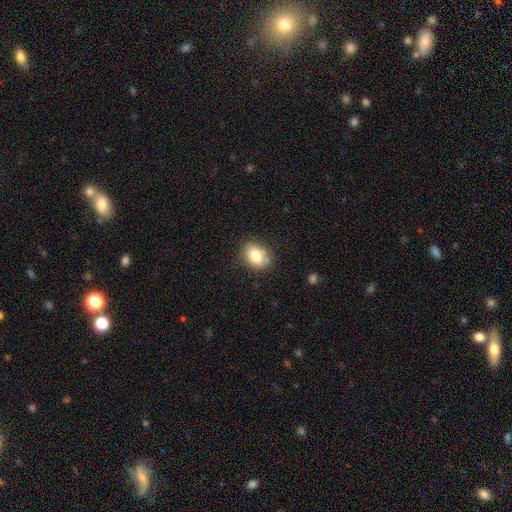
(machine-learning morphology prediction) This appears to be a smooth galaxy with no disk features (80%) that is in between round and cigar-shaped (66%). Merging: none (71%).